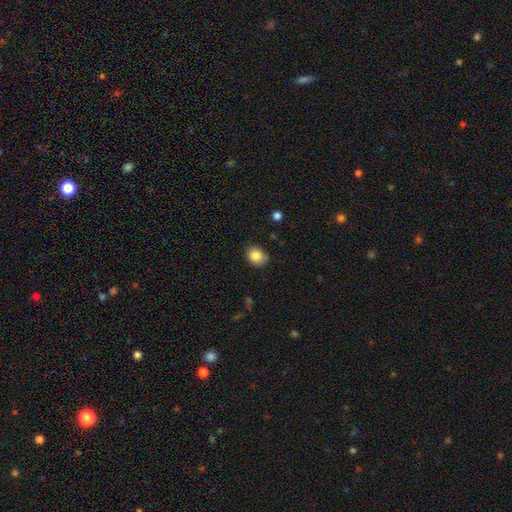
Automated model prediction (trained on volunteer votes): smooth 85%, star or artifact 9%, featured or disk 6%. Down the decision tree: how rounded — round (58%); merging — none (76%).